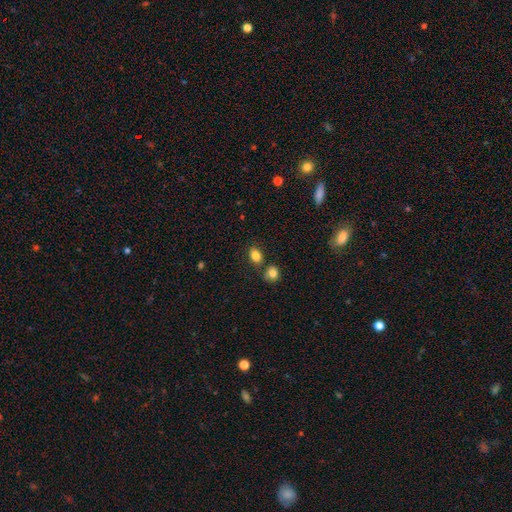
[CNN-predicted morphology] smooth 84%, star or artifact 10%, featured or disk 6%. Down the decision tree: how rounded — in between (75%); merging — none (70%).